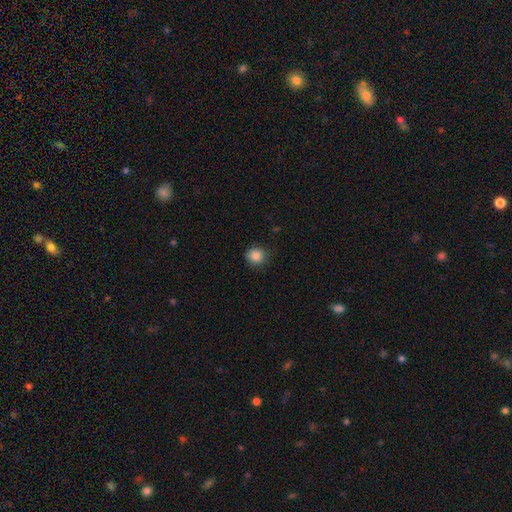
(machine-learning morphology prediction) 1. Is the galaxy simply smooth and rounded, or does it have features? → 86% smooth, 10% star or artifact, 4% featured or disk.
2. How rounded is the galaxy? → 89% round, 10% in between, 1% cigar-shaped.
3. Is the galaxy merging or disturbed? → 85% none, 11% minor disturbance, 2% major disturbance, 1% merger.